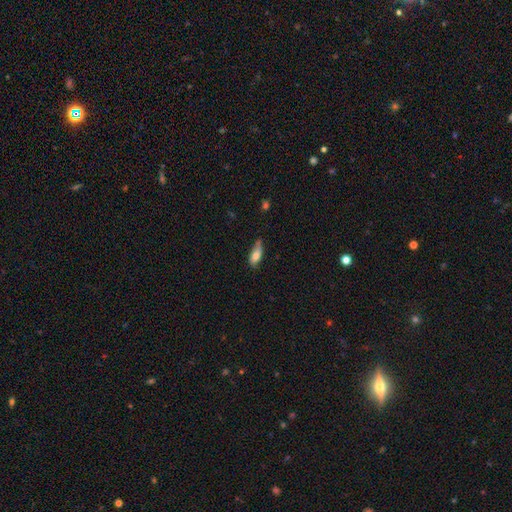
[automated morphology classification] Smooth or featured: smooth — 74% (featured or disk — 19%)
How rounded: in between — 73% (cigar-shaped — 25%)
Merging: none — 52% (minor disturbance — 38%)